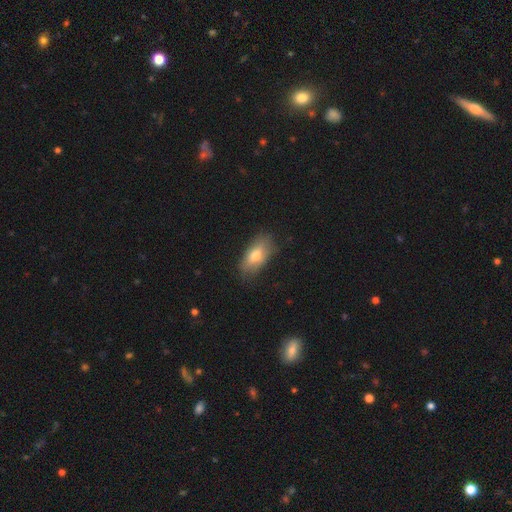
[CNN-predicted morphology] Smooth or featured? Predicted: smooth (p=0.73). How rounded? Predicted: in between (p=0.87). Merging? Predicted: none (p=0.77).